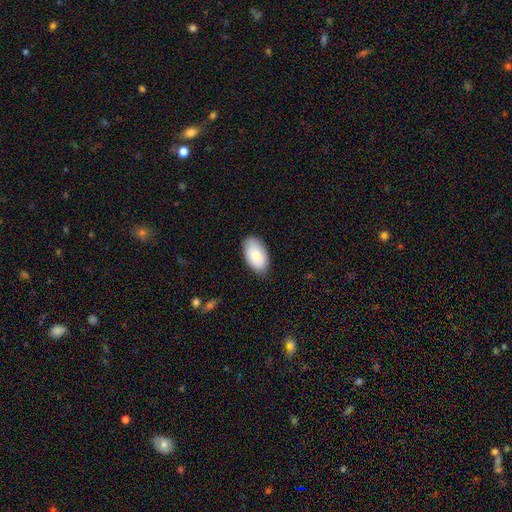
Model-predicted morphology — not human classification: smooth 82%, featured or disk 12%, star or artifact 6%. Down the decision tree: how rounded — in between (95%); merging — none (83%).